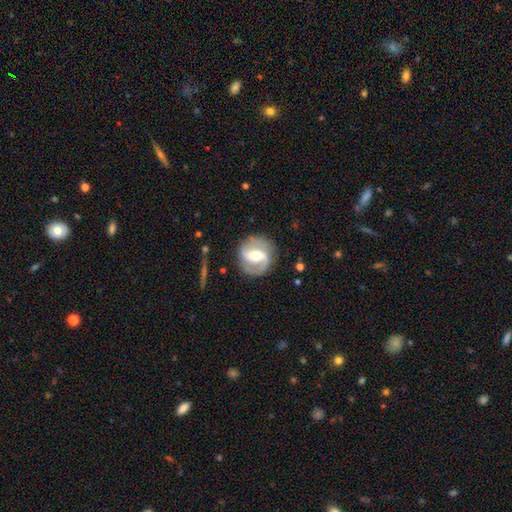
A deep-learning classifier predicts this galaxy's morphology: This appears to be a featured or disk galaxy (82%) with a strong bar (45%), 2 (88%) medium (48%) spiral arms (90%) and a moderate central bulge (63%). Merging: none (83%).